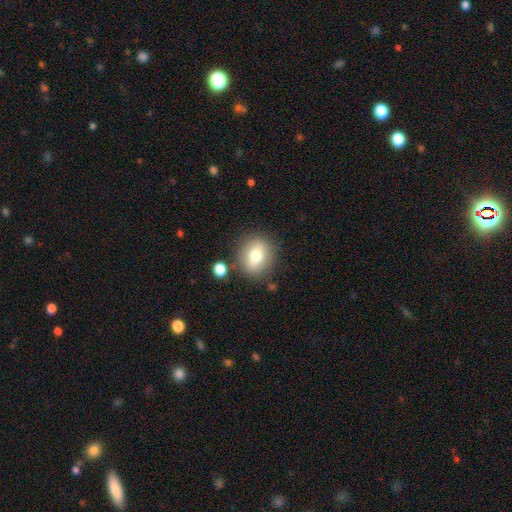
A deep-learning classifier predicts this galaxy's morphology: Smooth or featured: smooth — 71% (featured or disk — 20%)
How rounded: round — 64% (in between — 35%)
Merging: none — 82% (minor disturbance — 10%)